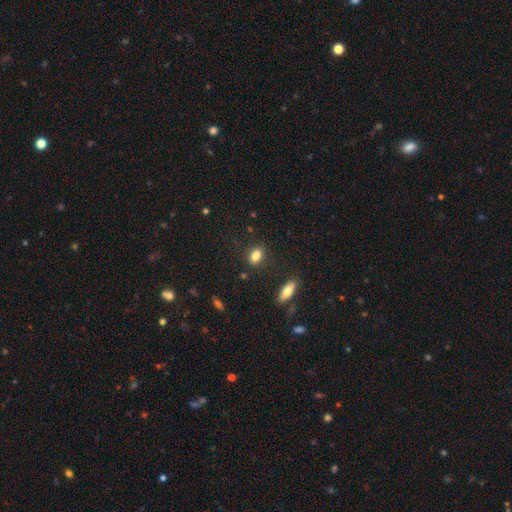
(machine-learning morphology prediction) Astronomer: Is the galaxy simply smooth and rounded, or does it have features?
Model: smooth — 83%.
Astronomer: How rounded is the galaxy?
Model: in between — 76%.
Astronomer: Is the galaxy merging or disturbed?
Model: none — 84%.